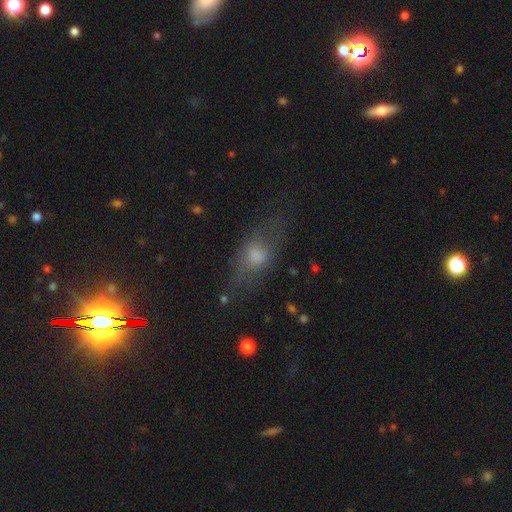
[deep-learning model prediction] smooth_or_featured: smooth (p=0.61) [alt: featured or disk p=0.26]
how_rounded: in between (p=0.71) [alt: round p=0.15]
merging: none (p=0.54) [alt: minor disturbance p=0.23]